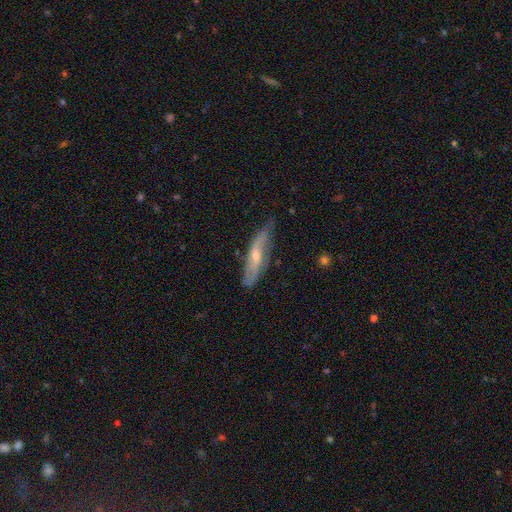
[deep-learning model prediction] A featured or disk galaxy (62%). Merging: none (67%).